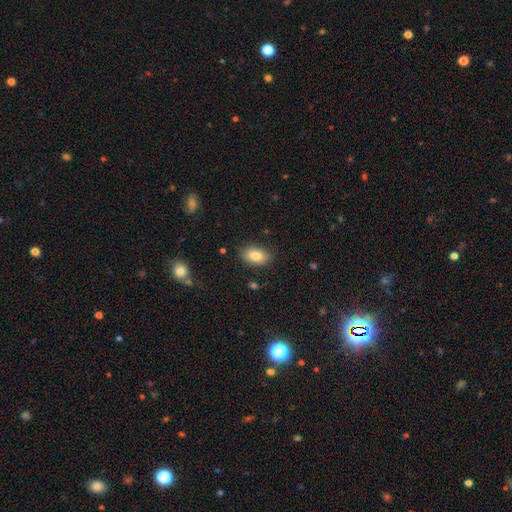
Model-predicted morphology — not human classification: Smooth or featured? Predicted: smooth (p=0.82). How rounded? Predicted: in between (p=0.88). Merging? Predicted: none (p=0.85).